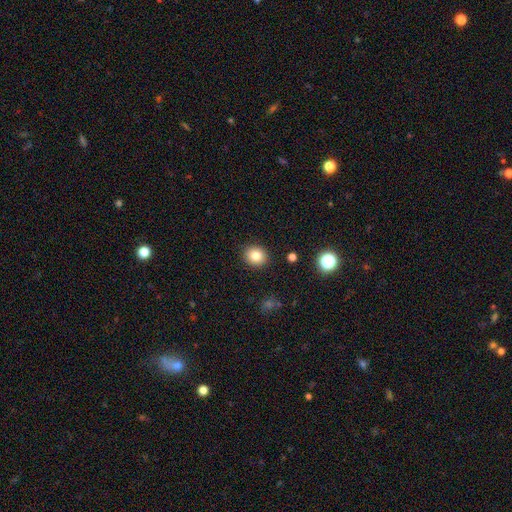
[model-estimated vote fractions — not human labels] Morphology: type=smooth (83%); roundness=round (76%); merging=none (90%).